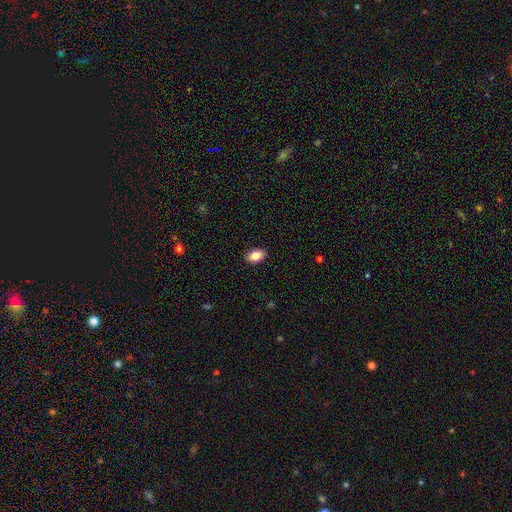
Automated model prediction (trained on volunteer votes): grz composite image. It shows a smooth galaxy with no disk features (86%) that is in between round and cigar-shaped (89%). Merging: none (89%).